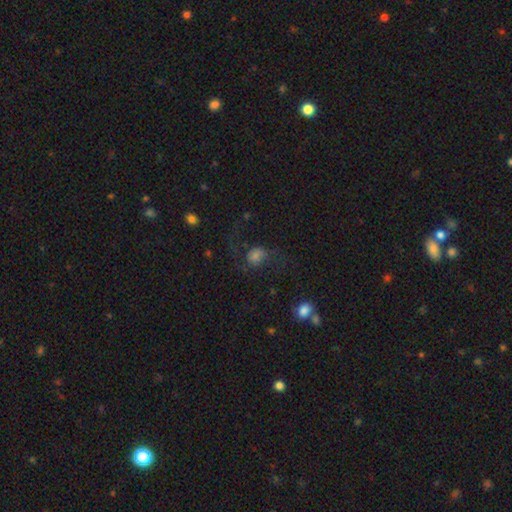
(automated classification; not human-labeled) Smooth or featured: smooth — 56% (featured or disk — 28%)
How rounded: round — 55% (in between — 44%)
Merging: none — 45% (major disturbance — 33%)